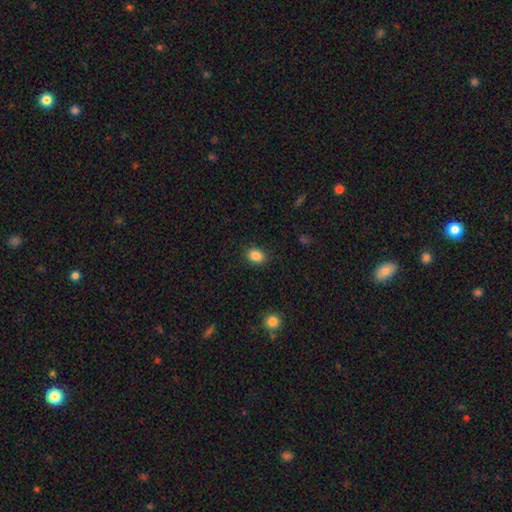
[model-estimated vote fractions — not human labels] Overall: smooth (86%). How rounded: in between (69%; round 30%). Merging: none (88%).